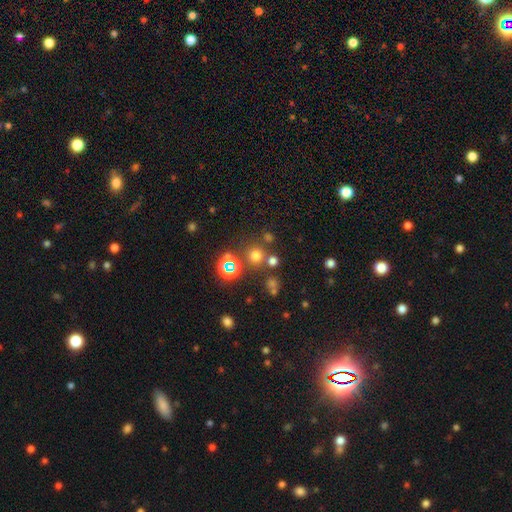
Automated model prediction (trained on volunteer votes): This is likely a smooth galaxy (63%). How rounded: clearly round (92%). Merging: likely none (76%).